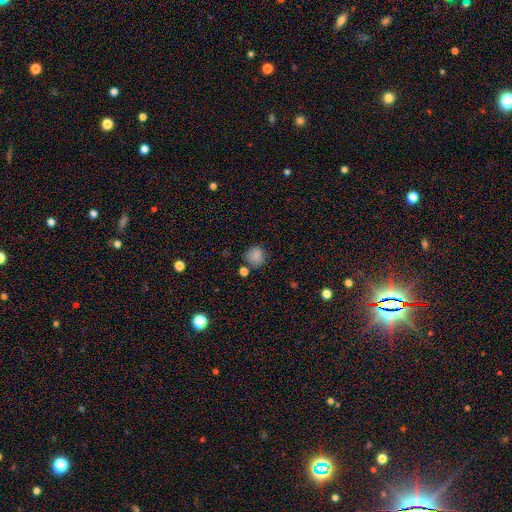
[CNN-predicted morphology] The model was most divided on "merging": none: 75%, minor disturbance: 14%, merger: 7%, major disturbance: 4%. More confident: how rounded — round (88%); smooth or featured — smooth (83%).